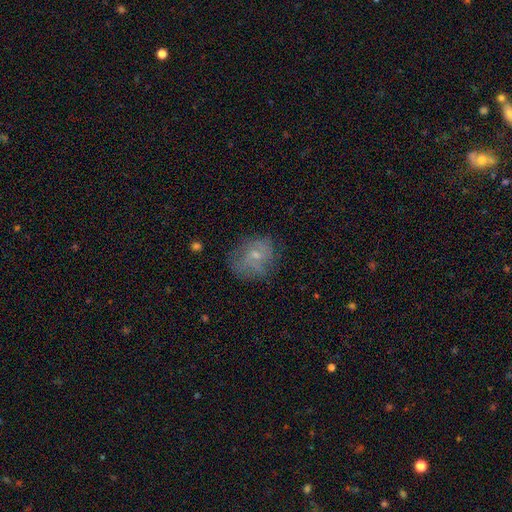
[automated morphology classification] A featured or disk galaxy (48%).

Vote fractions:
- Smooth or featured? featured or disk: 48% / smooth: 41% / star or artifact: 11%
- Merging? none: 64% / minor disturbance: 22% / major disturbance: 12% / merger: 2%